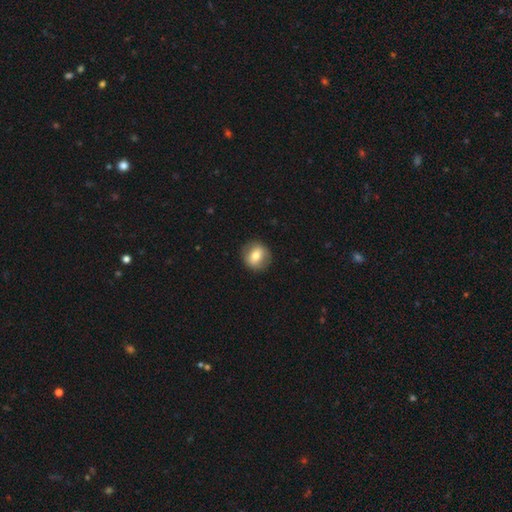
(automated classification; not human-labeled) Smooth or featured?
  - smooth: 67% *
  - featured or disk: 26%
  - star or artifact: 8%
How rounded?
  - round: 82% *
  - in between: 17%
  - cigar-shaped: 1%
Merging?
  - none: 87% *
  - minor disturbance: 9%
  - major disturbance: 3%
  - merger: 1%